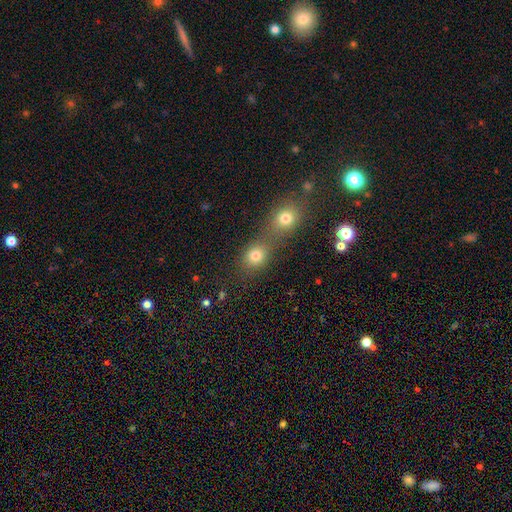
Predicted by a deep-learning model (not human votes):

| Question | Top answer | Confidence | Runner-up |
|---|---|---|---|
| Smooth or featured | smooth | 78% | star or artifact (14%) |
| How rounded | round | 72% | in between (27%) |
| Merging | merger | 54% | none (37%) |